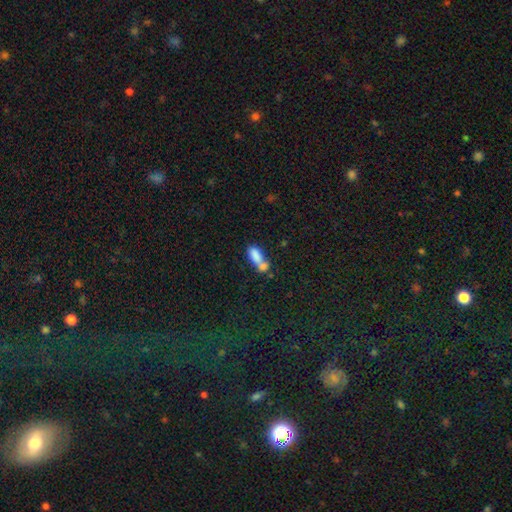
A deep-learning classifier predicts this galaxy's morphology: A smooth galaxy with no disk features (77%) that is in between round and cigar-shaped (78%).

Vote fractions:
- Smooth or featured? smooth: 77% / featured or disk: 14% / star or artifact: 10%
- How rounded? in between: 78% / cigar-shaped: 17% / round: 4%
- Merging? merger: 60% / none: 23% / minor disturbance: 11% / major disturbance: 6%